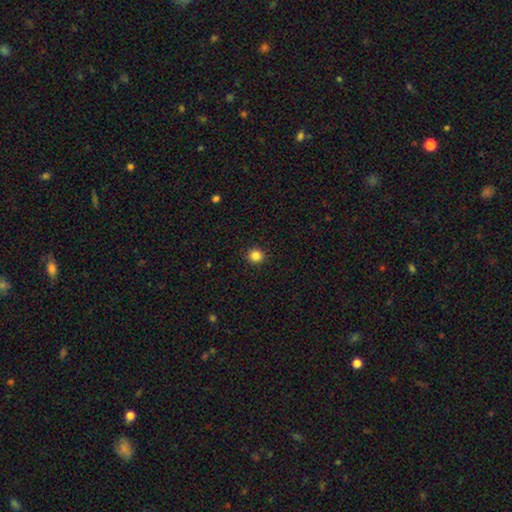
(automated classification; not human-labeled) Smooth or featured?
  - smooth: 85% *
  - star or artifact: 11%
  - featured or disk: 3%
How rounded?
  - round: 92% *
  - in between: 7%
  - cigar-shaped: 1%
Merging?
  - none: 92% *
  - minor disturbance: 5%
  - major disturbance: 2%
  - merger: 1%